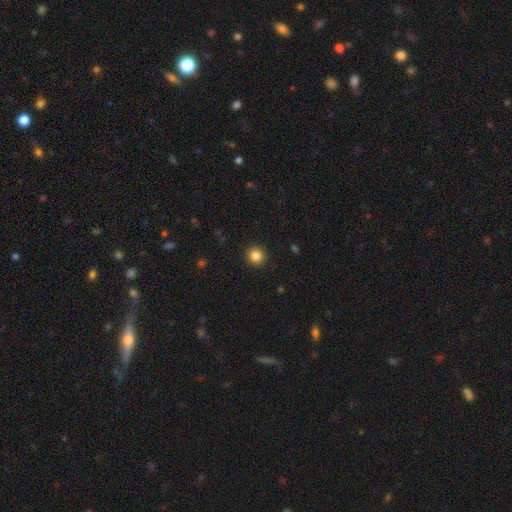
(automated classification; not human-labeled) Q: Smooth or featured?
A: smooth (85%); runner-up: star or artifact (11%)
Q: How rounded?
A: round (93%); runner-up: in between (6%)
Q: Merging?
A: none (92%); runner-up: minor disturbance (5%)